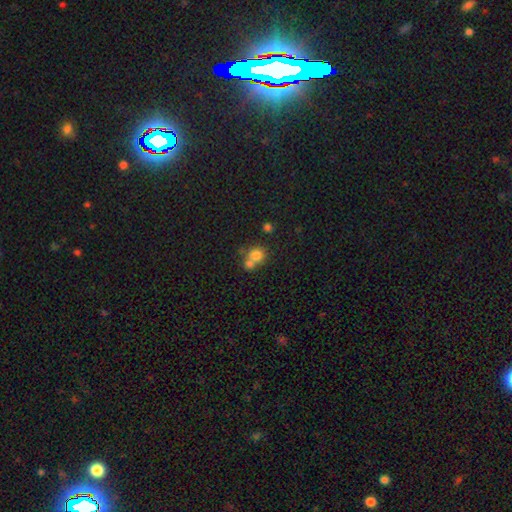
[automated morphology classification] smooth_or_featured: smooth (p=0.76) [alt: star or artifact p=0.12]
how_rounded: round (p=0.83) [alt: in between p=0.16]
merging: merger (p=0.50) [alt: none p=0.40]